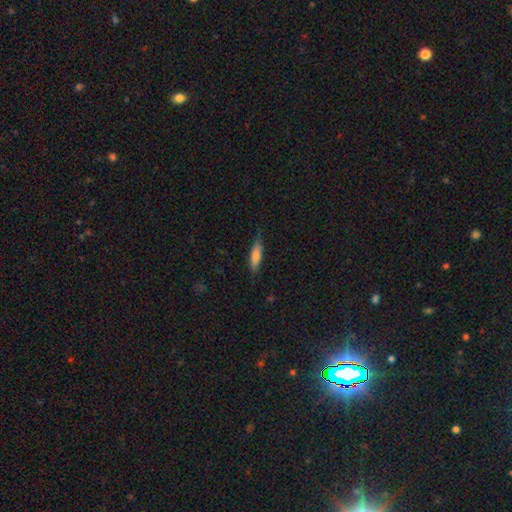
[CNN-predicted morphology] This is likely a smooth galaxy (72%). How rounded: likely cigar-shaped (64%). Merging: likely none (78%).